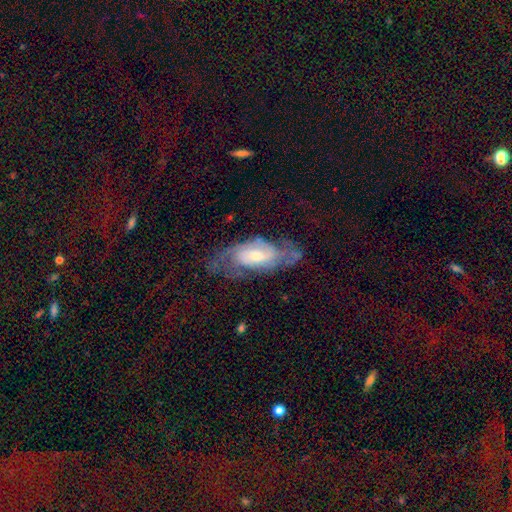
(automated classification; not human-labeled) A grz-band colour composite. It shows a featured or disk galaxy (76%) with no bar (50%), 2 (47%) tight (42%, tied with medium) spiral arms (88%) and a moderate central bulge (47%). Merging: none (56%).